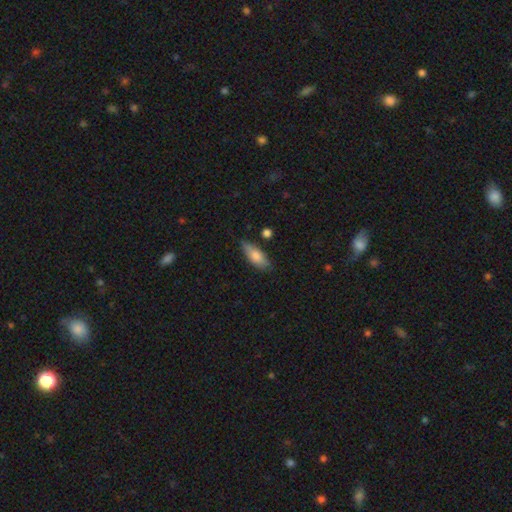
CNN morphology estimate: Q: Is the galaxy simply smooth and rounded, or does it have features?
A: smooth — 77%.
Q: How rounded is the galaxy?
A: in between — 75%.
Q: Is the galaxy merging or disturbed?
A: none — 70%.